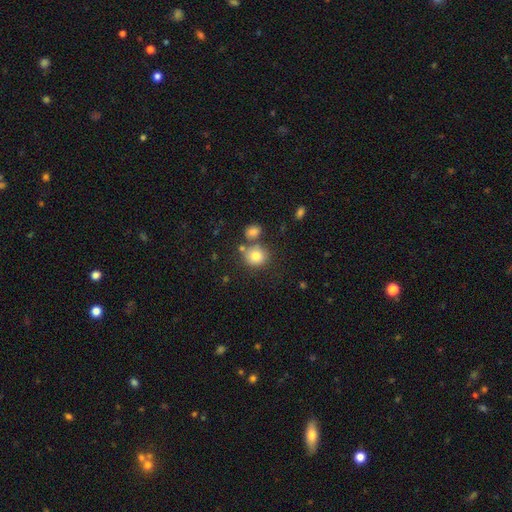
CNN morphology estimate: smooth_or_featured: smooth (p=0.79) [alt: star or artifact p=0.11]
how_rounded: round (p=0.81) [alt: in between p=0.18]
merging: none (p=0.65) [alt: merger p=0.19]